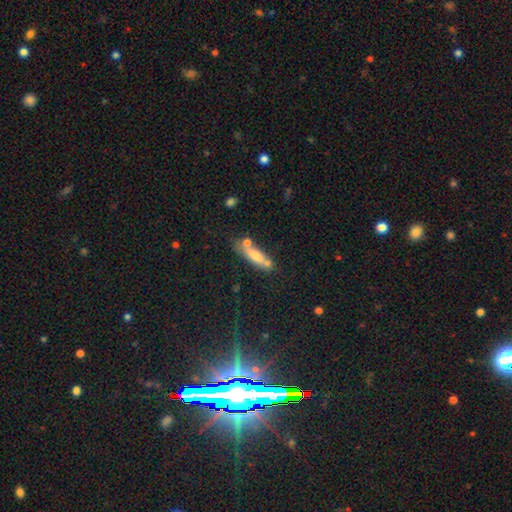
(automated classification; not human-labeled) Smooth or featured?
  - smooth: 62% *
  - featured or disk: 28%
  - star or artifact: 10%
How rounded?
  - cigar-shaped: 59% *
  - in between: 38%
  - round: 3%
Merging?
  - none: 59% *
  - merger: 19%
  - minor disturbance: 17%
  - major disturbance: 6%